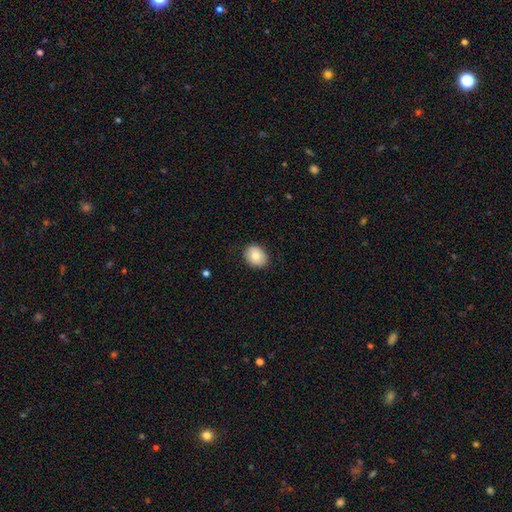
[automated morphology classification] A smooth galaxy with no disk features (80%) that is in between round and cigar-shaped (57%).

Vote fractions:
- Smooth or featured? smooth: 80% / featured or disk: 12% / star or artifact: 8%
- How rounded? in between: 57% / round: 42% / cigar-shaped: 1%
- Merging? none: 86% / minor disturbance: 10% / major disturbance: 2% / merger: 1%